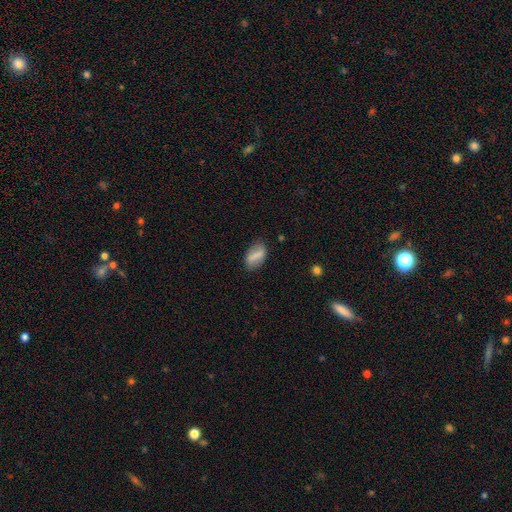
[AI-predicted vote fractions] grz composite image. It shows a smooth galaxy with no disk features (70%) that is in between round and cigar-shaped (88%). Merging: none (75%).